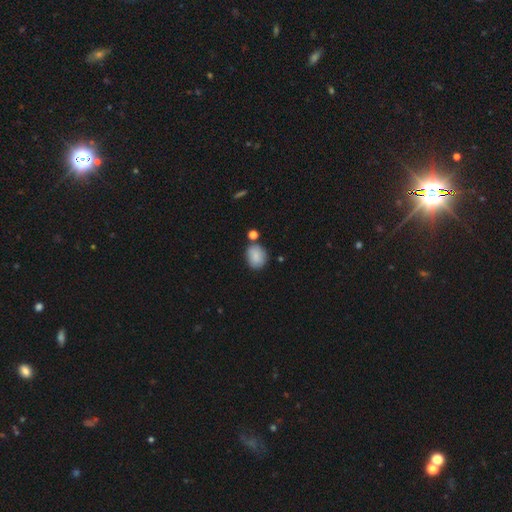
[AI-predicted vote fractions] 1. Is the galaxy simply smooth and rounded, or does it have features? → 84% smooth, 8% star or artifact, 8% featured or disk.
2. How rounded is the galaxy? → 52% round, 47% in between, 1% cigar-shaped.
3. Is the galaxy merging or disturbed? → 69% none, 17% minor disturbance, 10% merger, 4% major disturbance.